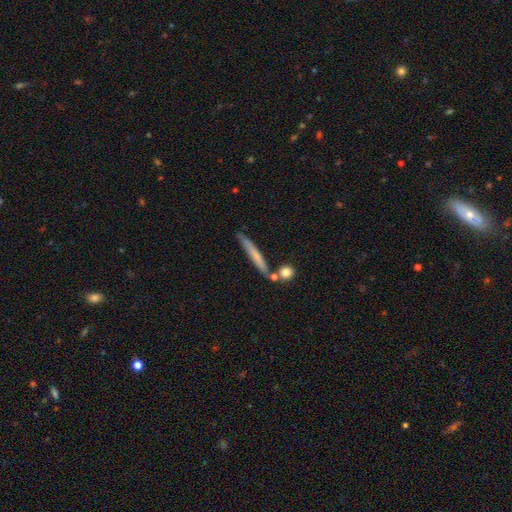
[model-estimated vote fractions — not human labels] Q: Smooth or featured?
A: smooth (61%); runner-up: featured or disk (32%)
Q: How rounded?
A: cigar-shaped (94%); runner-up: in between (4%)
Q: Merging?
A: none (74%); runner-up: minor disturbance (13%)